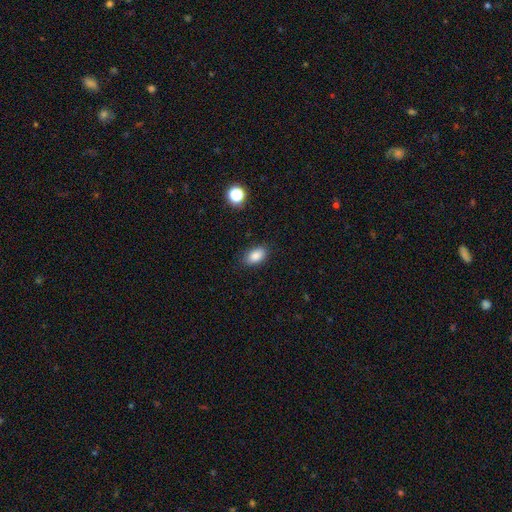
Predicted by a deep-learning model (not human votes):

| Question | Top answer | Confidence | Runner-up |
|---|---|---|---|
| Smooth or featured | smooth | 86% | star or artifact (9%) |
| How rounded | in between | 90% | round (8%) |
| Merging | none | 86% | minor disturbance (10%) |